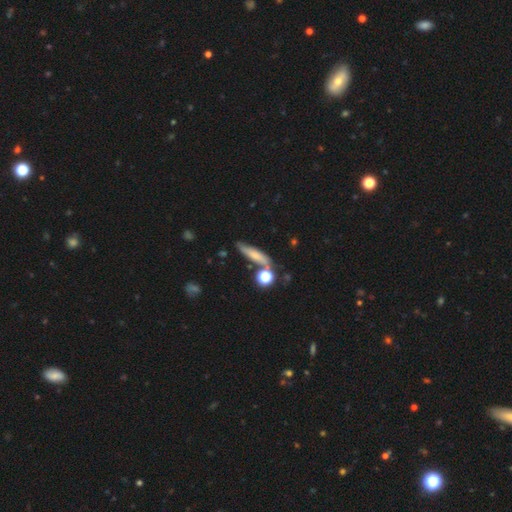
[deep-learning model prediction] A smooth galaxy with no disk features (60%) that is cigar-shaped (71%).

Vote fractions:
- Smooth or featured? smooth: 60% / featured or disk: 28% / star or artifact: 12%
- How rounded? cigar-shaped: 71% / in between: 21% / round: 8%
- Merging? none: 66% / minor disturbance: 17% / merger: 12% / major disturbance: 5%